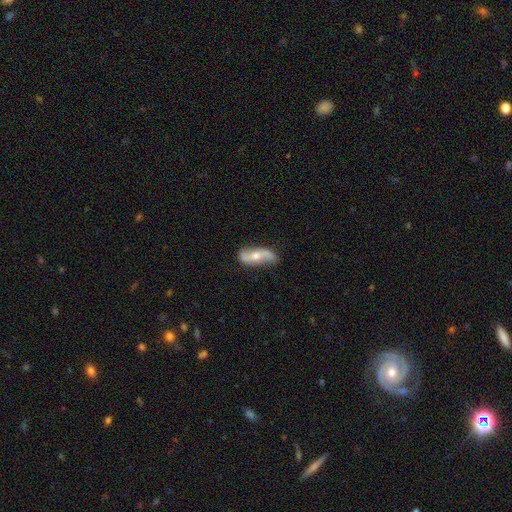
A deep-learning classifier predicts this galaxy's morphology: smooth_or_featured: featured or disk (p=0.72) [alt: smooth p=0.22]
disk_edge_on: no (p=0.86) [alt: yes p=0.14]
bar: no (p=0.60) [alt: weak p=0.26]
has_spiral_arms: yes (p=0.89) [alt: no p=0.11]
spiral_winding: loose (p=0.75) [alt: medium p=0.18]
spiral_arm_count: 2 (p=0.92) [alt: can't tell p=0.04]
bulge_size: moderate (p=0.67) [alt: small p=0.26]
merging: none (p=0.75) [alt: minor disturbance p=0.18]